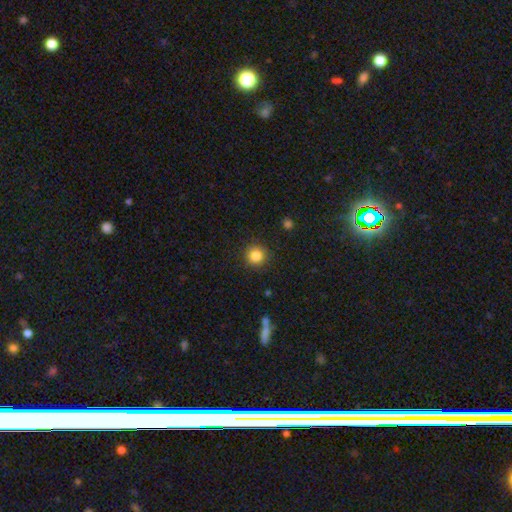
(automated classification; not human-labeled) Q: Smooth or featured?
A: smooth (85%); runner-up: star or artifact (11%)
Q: How rounded?
A: round (94%); runner-up: in between (5%)
Q: Merging?
A: none (90%); runner-up: minor disturbance (7%)